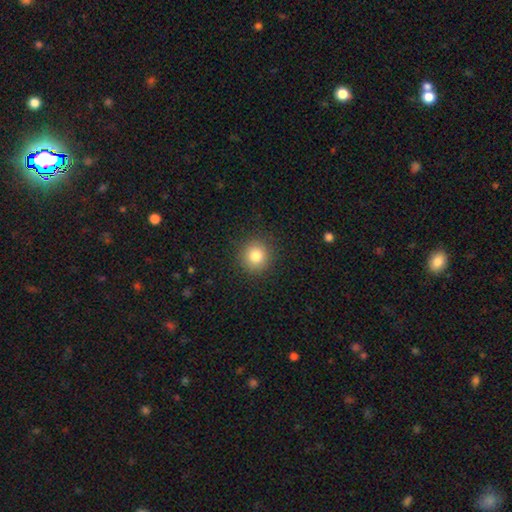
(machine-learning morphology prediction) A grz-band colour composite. It shows a smooth galaxy with no disk features (82%) that is round (92%). Merging: none (90%).